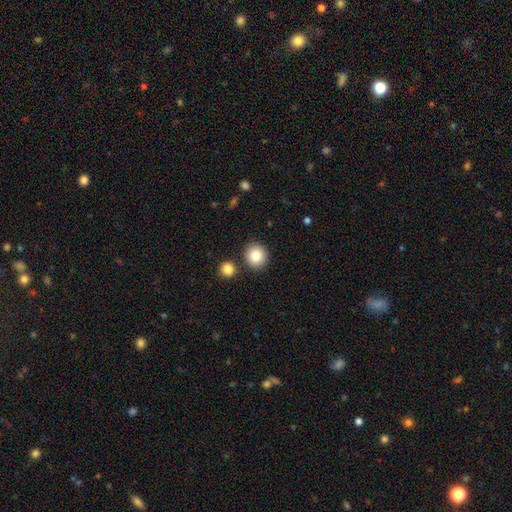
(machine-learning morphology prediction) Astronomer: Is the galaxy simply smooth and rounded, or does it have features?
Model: smooth — 83%.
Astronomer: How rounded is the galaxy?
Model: round — 91%.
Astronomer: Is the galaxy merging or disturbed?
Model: none — 86%.